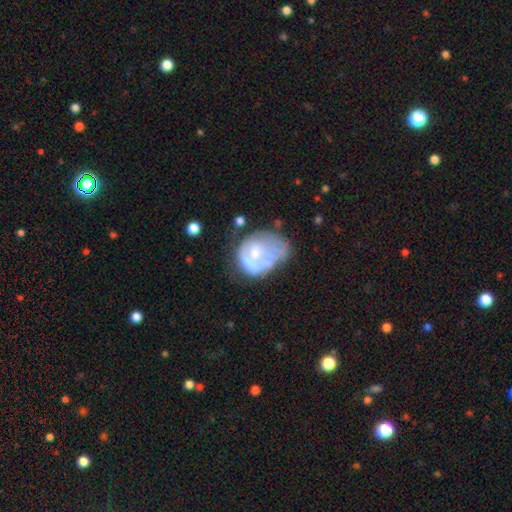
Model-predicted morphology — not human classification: A featured or disk galaxy (53%) with no bar (82%), no spiral arms (75%) and a moderate central bulge (43%). Merging: major disturbance (33%).